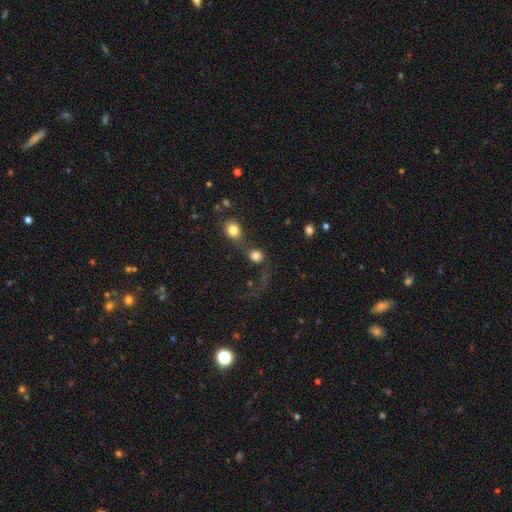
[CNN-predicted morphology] Smooth or featured?
  - smooth: 77% *
  - star or artifact: 12%
  - featured or disk: 11%
How rounded?
  - round: 80% *
  - in between: 19%
  - cigar-shaped: 2%
Merging?
  - merger: 49% *
  - none: 29%
  - major disturbance: 14%
  - minor disturbance: 9%